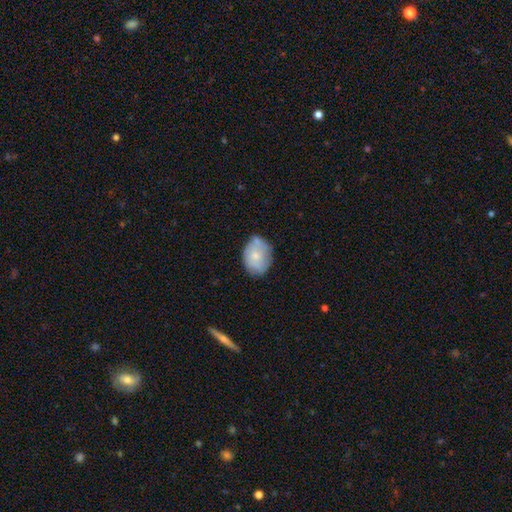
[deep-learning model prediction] This is likely a smooth galaxy (63%). How rounded: likely in between (73%). Merging: possibly none (57%).